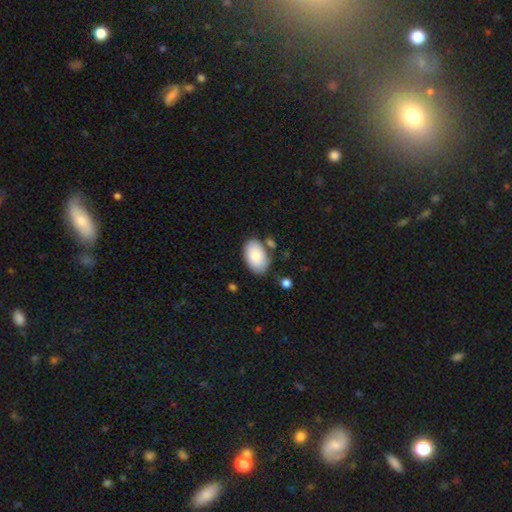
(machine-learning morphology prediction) A smooth galaxy with no disk features (85%) that is in between round and cigar-shaped (93%).

Vote fractions:
- Smooth or featured? smooth: 85% / featured or disk: 9% / star or artifact: 6%
- How rounded? in between: 93% / round: 6% / cigar-shaped: 1%
- Merging? none: 77% / minor disturbance: 14% / merger: 6% / major disturbance: 3%